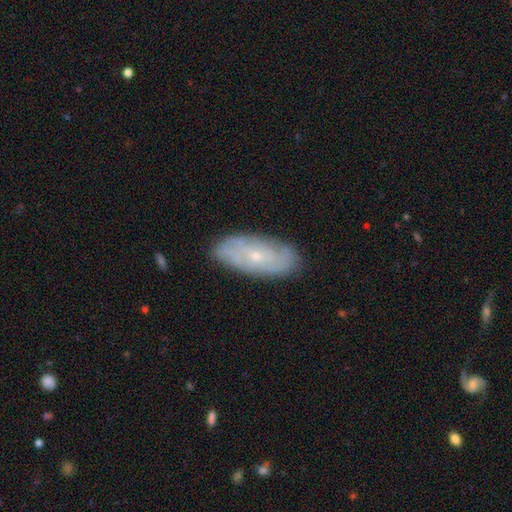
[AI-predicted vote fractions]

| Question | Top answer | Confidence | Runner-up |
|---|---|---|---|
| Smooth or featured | featured or disk | 65% | smooth (28%) |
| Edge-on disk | no | 90% | yes (10%) |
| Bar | no | 77% | weak (20%) |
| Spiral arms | yes | 81% | no (19%) |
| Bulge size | small | 78% | moderate (19%) |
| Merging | none | 82% | minor disturbance (14%) |